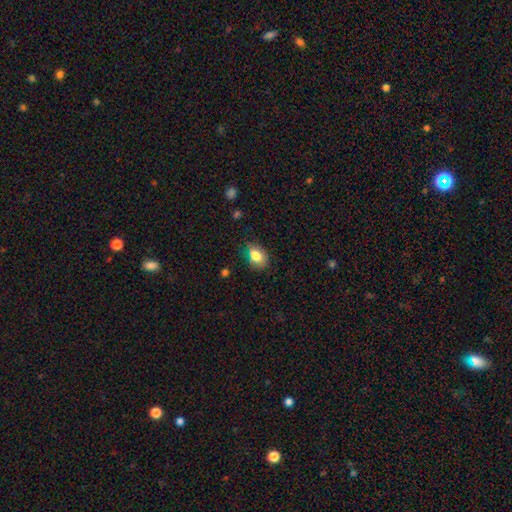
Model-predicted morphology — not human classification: Smooth or featured: smooth — 81% (featured or disk — 10%)
How rounded: in between — 73% (round — 26%)
Merging: none — 70% (minor disturbance — 23%)